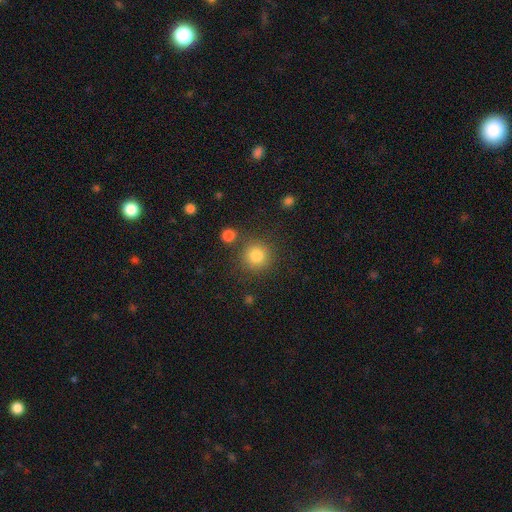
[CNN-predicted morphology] Overall: smooth (84%). How rounded: round (93%). Merging: none (81%).